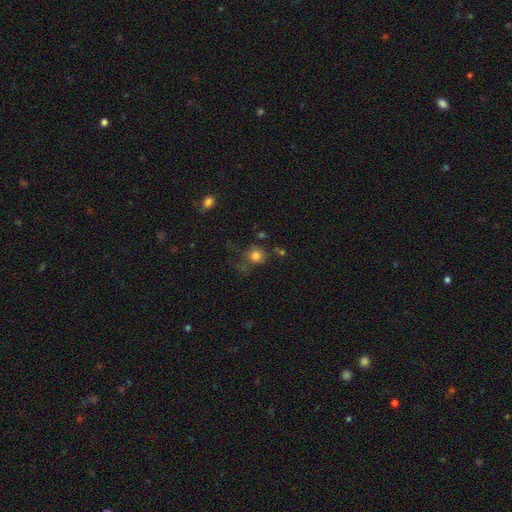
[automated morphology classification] Q: Smooth or featured?
A: smooth (77%); runner-up: star or artifact (14%)
Q: How rounded?
A: round (83%); runner-up: in between (15%)
Q: Merging?
A: none (53%); runner-up: minor disturbance (21%)